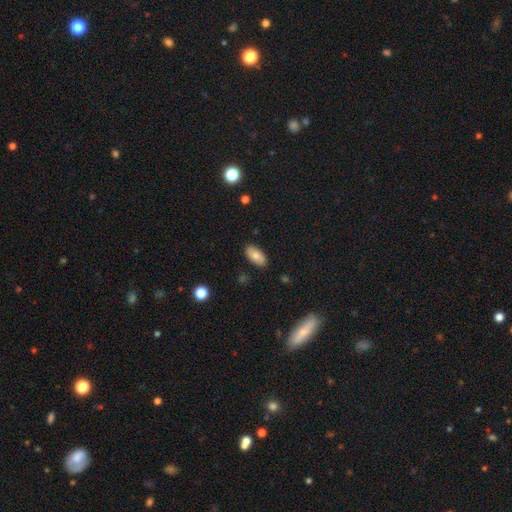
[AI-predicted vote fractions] smooth-or-featured: smooth: 79% | featured or disk: 13% | star or artifact: 7%
  how-rounded: in between: 91% | cigar-shaped: 6% | round: 3%
  merging: none: 87% | minor disturbance: 9% | major disturbance: 2% | merger: 1%